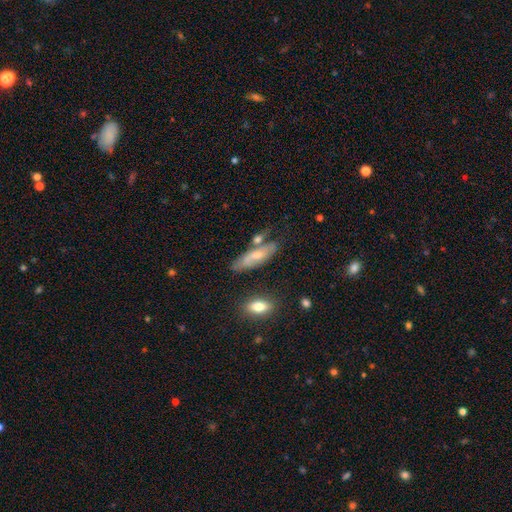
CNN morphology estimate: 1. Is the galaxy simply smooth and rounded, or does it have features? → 48% smooth, 44% featured or disk, 8% star or artifact.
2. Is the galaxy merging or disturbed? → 56% none, 23% minor disturbance, 12% merger, 9% major disturbance.